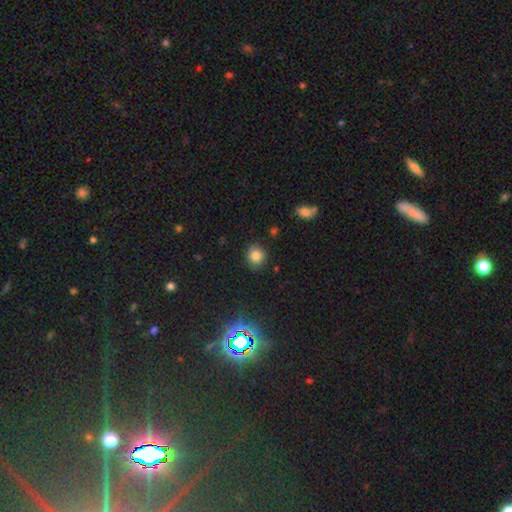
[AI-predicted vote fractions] Smooth or featured?
  - smooth: 83% *
  - star or artifact: 12%
  - featured or disk: 5%
How rounded?
  - round: 84% *
  - in between: 15%
  - cigar-shaped: 1%
Merging?
  - none: 86% *
  - minor disturbance: 9%
  - major disturbance: 3%
  - merger: 2%